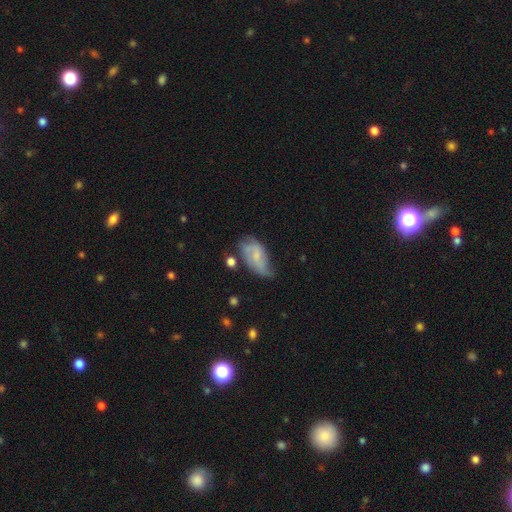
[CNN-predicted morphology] The model was most divided on "merging": minor disturbance: 39%, none: 35%, major disturbance: 20%, merger: 6%. Remaining: smooth or featured — featured or disk (49%).